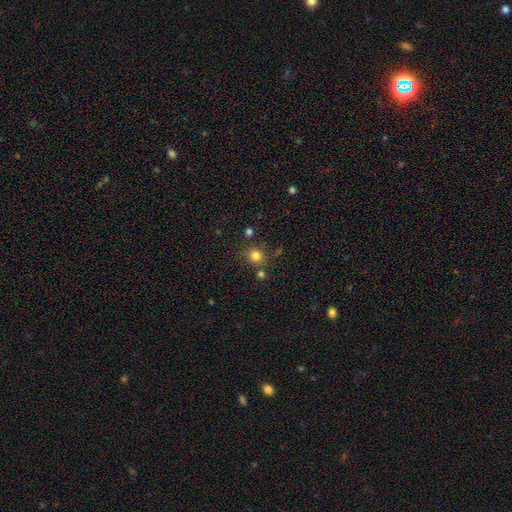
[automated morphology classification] The model was most divided on "merging": none: 75%, minor disturbance: 11%, merger: 10%, major disturbance: 4%. More confident: how rounded — round (86%); smooth or featured — smooth (80%).